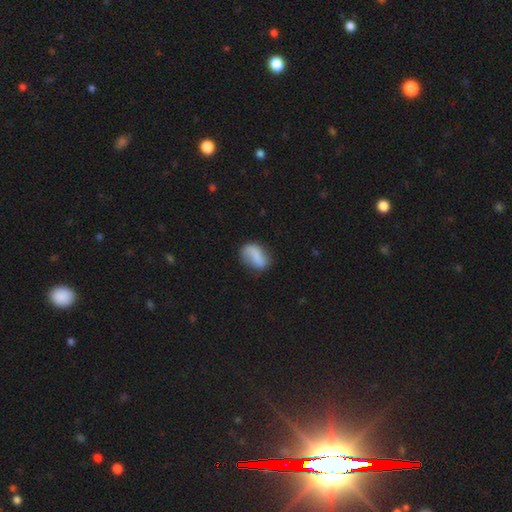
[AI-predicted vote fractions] Smooth or featured?
  - smooth: 67% *
  - featured or disk: 25%
  - star or artifact: 8%
How rounded?
  - in between: 84% *
  - round: 12%
  - cigar-shaped: 4%
Merging?
  - none: 62% *
  - minor disturbance: 26%
  - major disturbance: 10%
  - merger: 3%